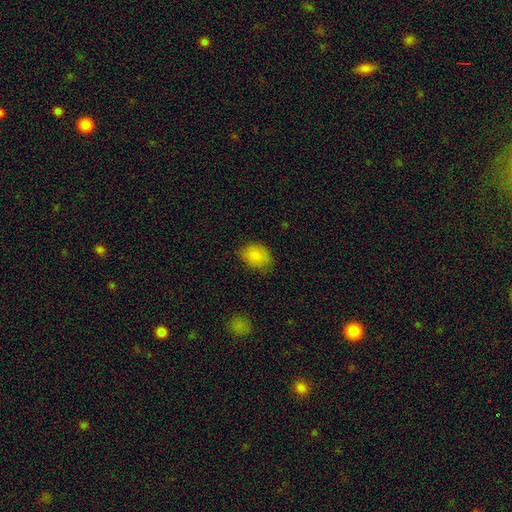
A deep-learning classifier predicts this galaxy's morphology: smooth 85%, star or artifact 9%, featured or disk 6%. Down the decision tree: how rounded — in between (66%); merging — none (74%).